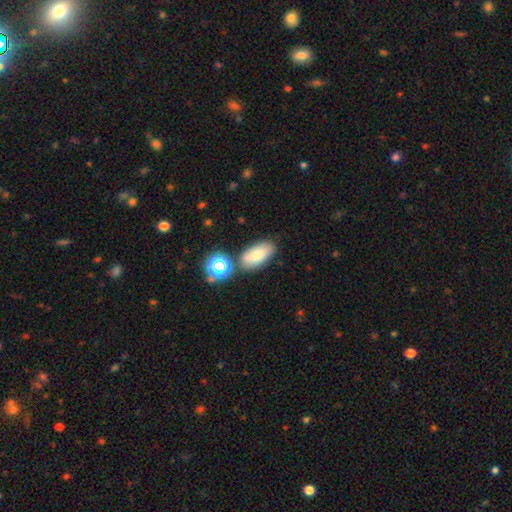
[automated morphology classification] smooth_or_featured: smooth (p=0.74) [alt: featured or disk p=0.15]
how_rounded: in between (p=0.88) [alt: round p=0.06]
merging: none (p=0.73) [alt: minor disturbance p=0.13]